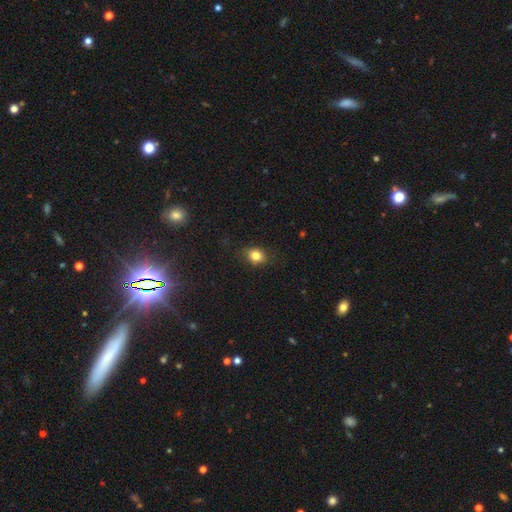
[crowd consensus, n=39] Smooth or featured?
  - smooth: 79% *
  - featured or disk: 10%
  - star or artifact: 10%
How rounded?
  - round: 55% *
  - in between: 45%
  - cigar-shaped: 0%
Merging?
  - none: 83% *
  - minor disturbance: 14%
  - merger: 3%
  - major disturbance: 0%